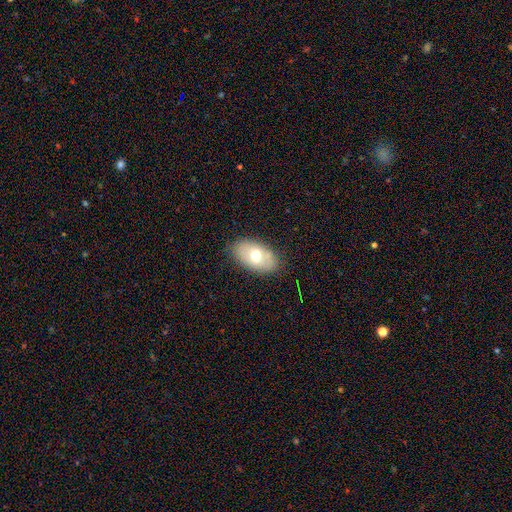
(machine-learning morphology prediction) type=smooth (63%); roundness=in between (90%); merging=none (81%).